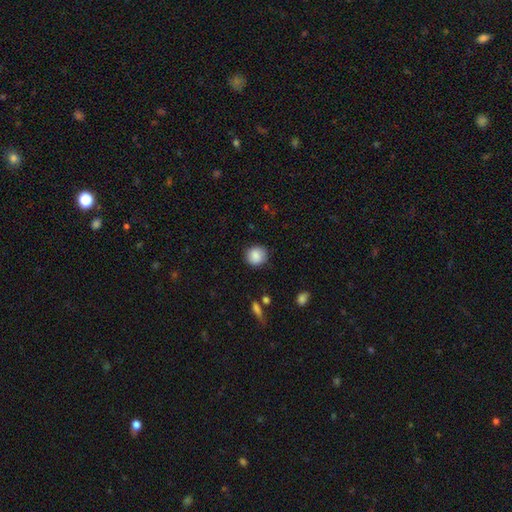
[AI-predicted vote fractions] The model was most divided on "merging": none: 87%, minor disturbance: 9%, major disturbance: 3%, merger: 1%. More confident: how rounded — round (88%); smooth or featured — smooth (87%).